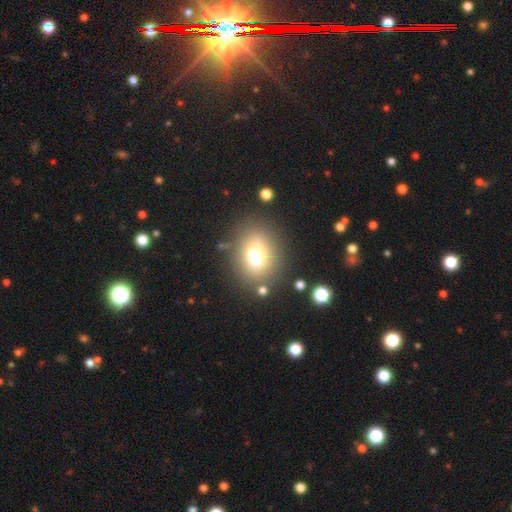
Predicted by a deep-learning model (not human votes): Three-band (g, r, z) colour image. It shows a smooth galaxy with no disk features (69%) that is in between round and cigar-shaped (50%). Merging: none (77%).